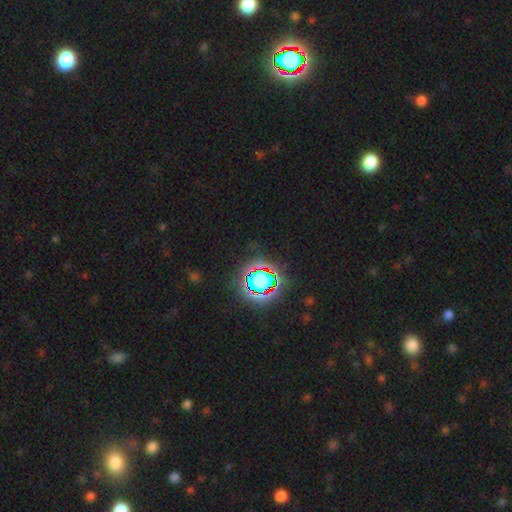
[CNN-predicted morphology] star or artifact 79%, smooth 13%, featured or disk 8%.